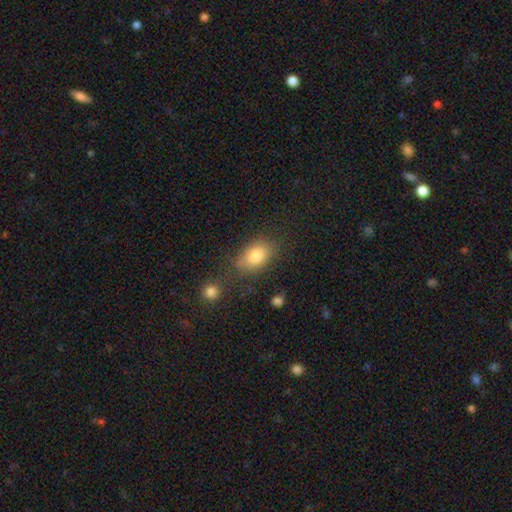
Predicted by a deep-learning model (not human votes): A smooth galaxy with no disk features (81%) that is in between round and cigar-shaped (84%).

Vote fractions:
- Smooth or featured? smooth: 81% / featured or disk: 11% / star or artifact: 9%
- How rounded? in between: 84% / round: 14% / cigar-shaped: 2%
- Merging? none: 69% / minor disturbance: 18% / merger: 7% / major disturbance: 6%